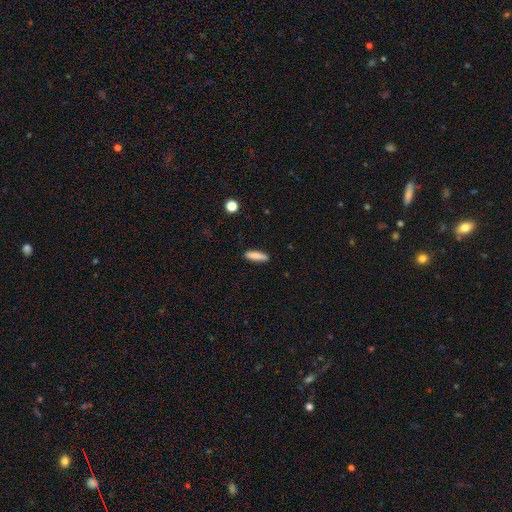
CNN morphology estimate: Smooth or featured?
  - smooth: 86% *
  - featured or disk: 7%
  - star or artifact: 7%
How rounded?
  - cigar-shaped: 63% *
  - in between: 35%
  - round: 2%
Merging?
  - none: 87% *
  - minor disturbance: 9%
  - major disturbance: 2%
  - merger: 1%